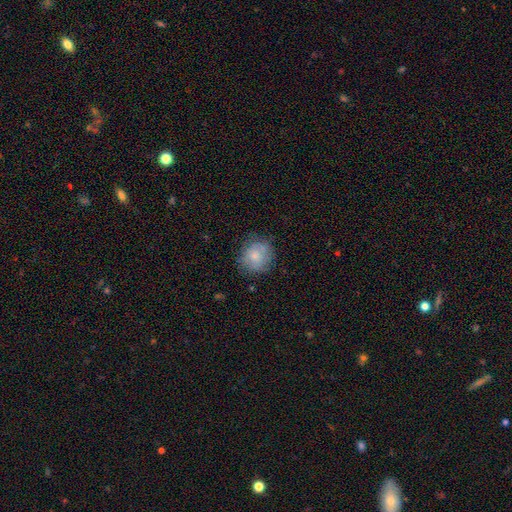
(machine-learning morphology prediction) A smooth galaxy with no disk features (71%) that is round (82%).

Vote fractions:
- Smooth or featured? smooth: 71% / featured or disk: 21% / star or artifact: 8%
- How rounded? round: 82% / in between: 17% / cigar-shaped: 1%
- Merging? none: 72% / minor disturbance: 20% / major disturbance: 6% / merger: 1%